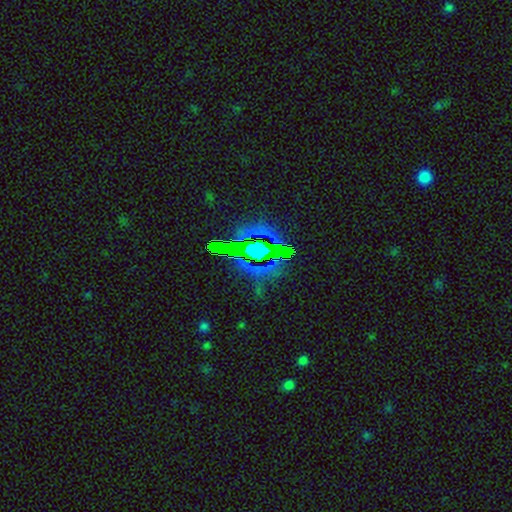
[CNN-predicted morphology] Overall: star or artifact (70%).